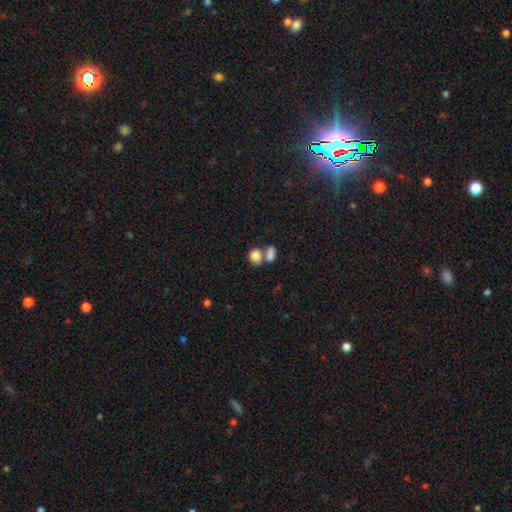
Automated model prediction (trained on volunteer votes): This appears to be a smooth galaxy with no disk features (83%) that is in between round and cigar-shaped (57%). Merging: merger (48%).